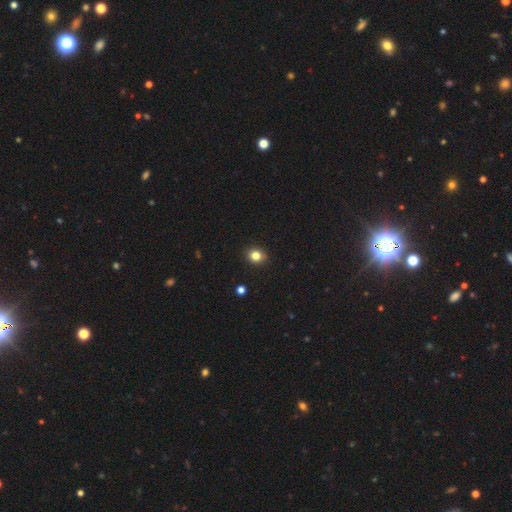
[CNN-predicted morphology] Smooth or featured: smooth — 82% (star or artifact — 12%)
How rounded: round — 75% (in between — 24%)
Merging: none — 91% (minor disturbance — 6%)